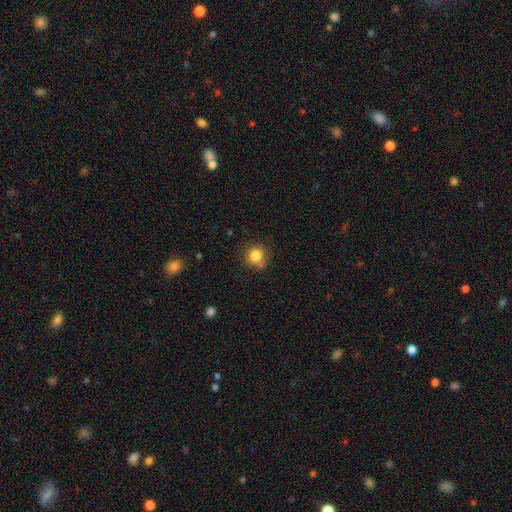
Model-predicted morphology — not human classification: type=smooth (82%); roundness=round (89%); merging=none (71%).